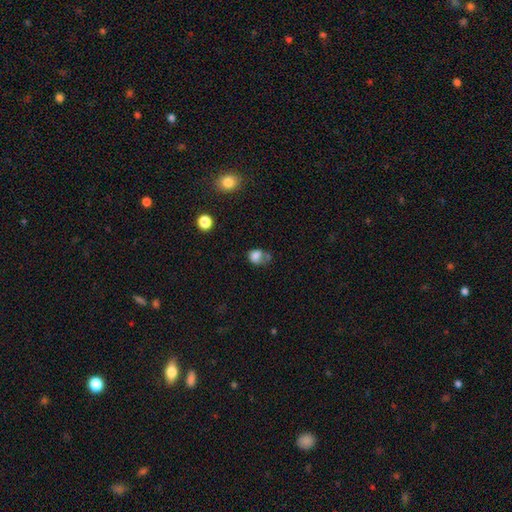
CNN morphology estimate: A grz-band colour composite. It shows a smooth galaxy with no disk features (76%) that is in between round and cigar-shaped (50%). Merging: none (33%).